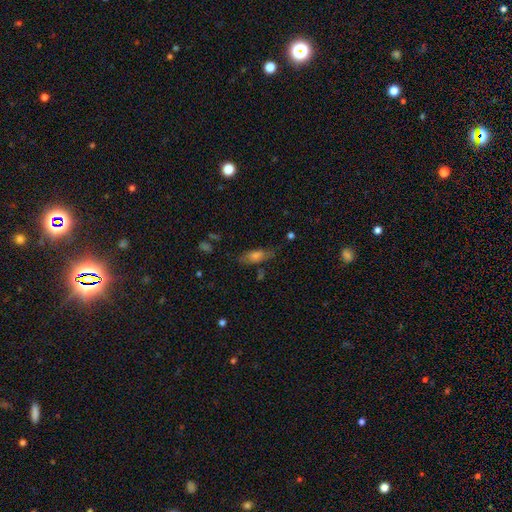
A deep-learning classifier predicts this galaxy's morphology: Smooth or featured: smooth — 61% (featured or disk — 26%)
How rounded: in between — 63% (cigar-shaped — 32%)
Merging: none — 71% (minor disturbance — 20%)